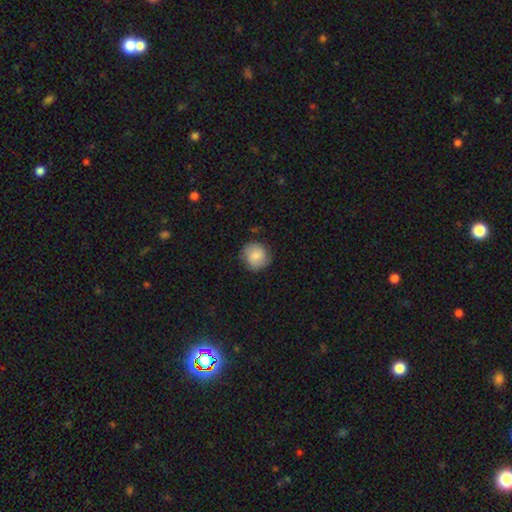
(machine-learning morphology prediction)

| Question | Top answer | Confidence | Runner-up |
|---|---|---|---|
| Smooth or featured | smooth | 76% | featured or disk (17%) |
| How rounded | round | 89% | in between (10%) |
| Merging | none | 80% | minor disturbance (15%) |